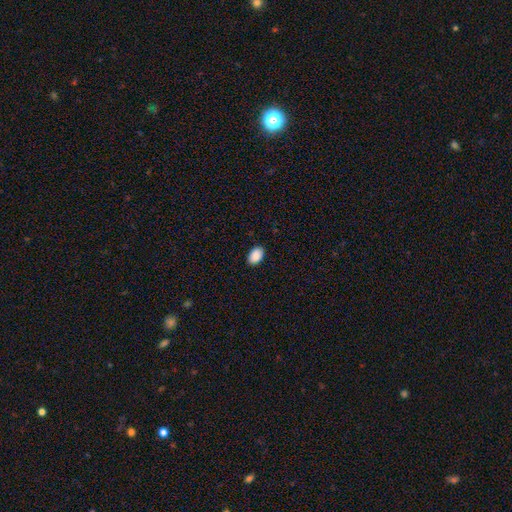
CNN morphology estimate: smooth_or_featured: smooth (p=0.90) [alt: star or artifact p=0.07]
how_rounded: in between (p=0.90) [alt: round p=0.09]
merging: none (p=0.89) [alt: minor disturbance p=0.08]